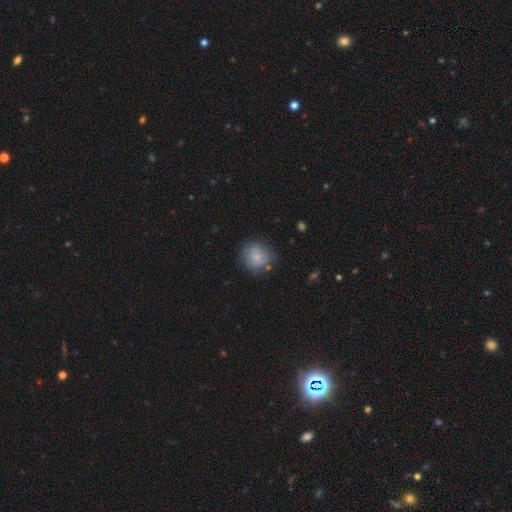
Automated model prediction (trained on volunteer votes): Q: Smooth or featured?
A: smooth (71%); runner-up: featured or disk (21%)
Q: How rounded?
A: round (83%); runner-up: in between (16%)
Q: Merging?
A: none (67%); runner-up: minor disturbance (22%)